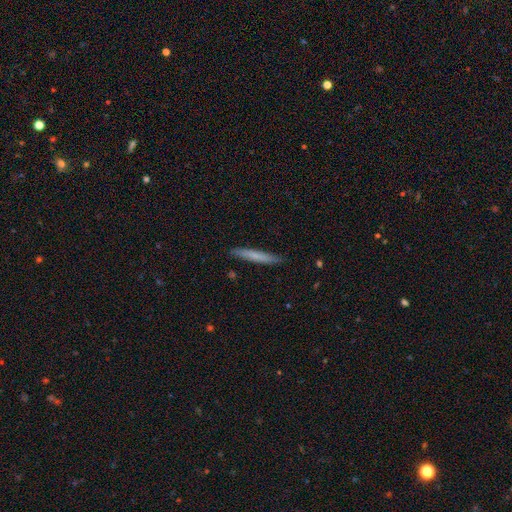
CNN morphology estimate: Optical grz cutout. It shows a smooth galaxy with no disk features (69%) that is cigar-shaped (96%). Merging: none (89%).